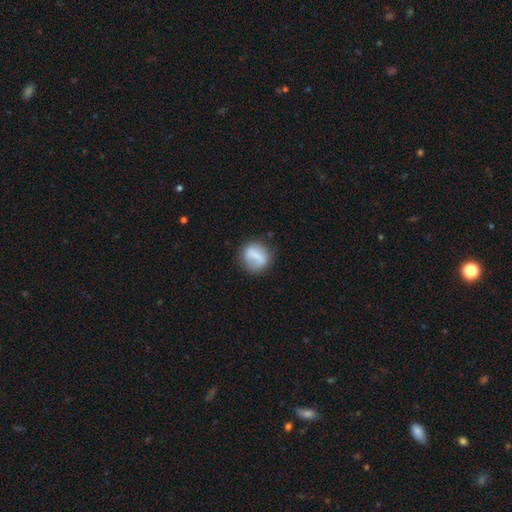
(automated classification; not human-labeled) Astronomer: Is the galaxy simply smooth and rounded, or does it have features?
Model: smooth — 68%.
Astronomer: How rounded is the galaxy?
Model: round — 73%.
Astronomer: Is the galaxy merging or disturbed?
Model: none — 73%.